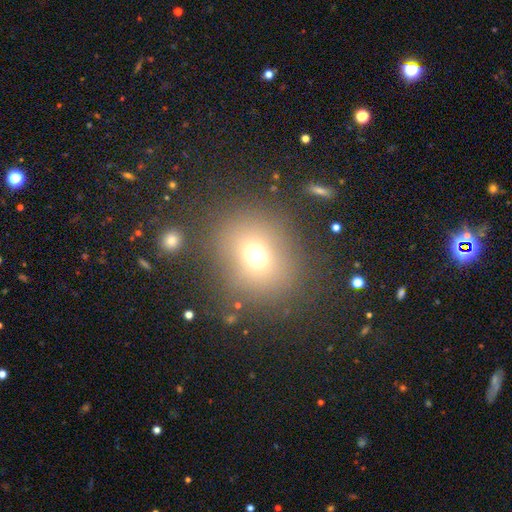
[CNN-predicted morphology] The model was most divided on "how rounded": round: 66%, in between: 32%, cigar-shaped: 1%. More confident: merging — none (76%); smooth or featured — smooth (68%).